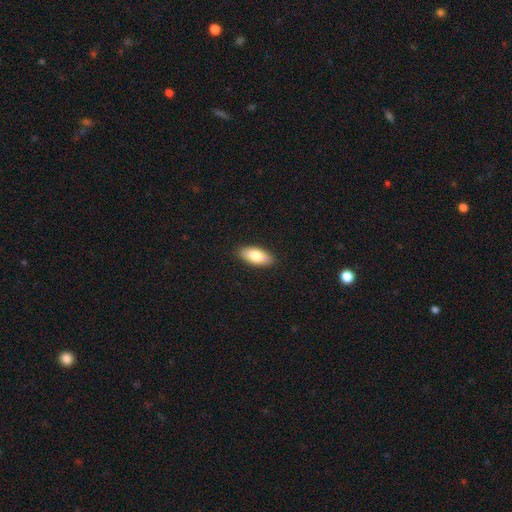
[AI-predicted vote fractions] smooth 76%, featured or disk 18%, star or artifact 6%. Down the decision tree: how rounded — in between (84%); merging — none (88%).